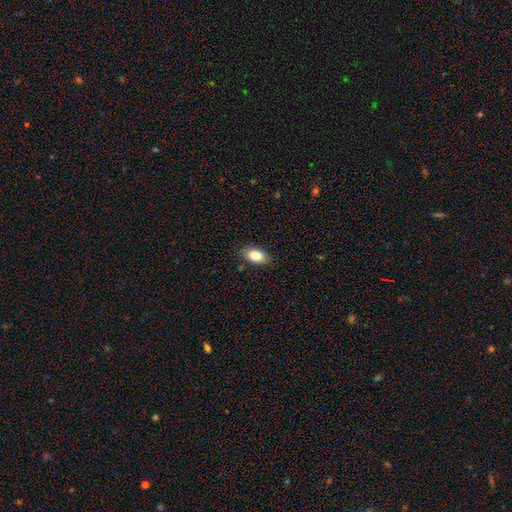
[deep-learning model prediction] A smooth galaxy with no disk features (82%) that is in between round and cigar-shaped (92%). Merging: none (86%).